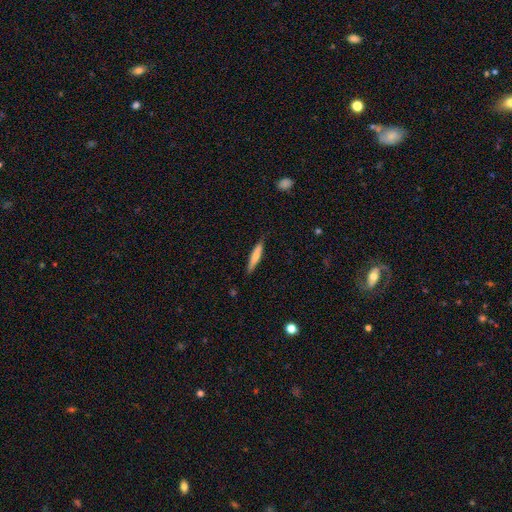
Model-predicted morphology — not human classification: Overall: smooth (65%; featured or disk 29%). How rounded: cigar-shaped (90%). Merging: none (86%).